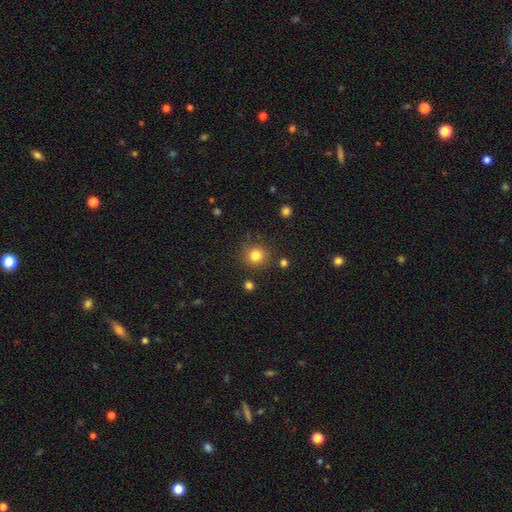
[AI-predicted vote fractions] smooth 82%, star or artifact 12%, featured or disk 6%. Down the decision tree: how rounded — round (90%); merging — none (84%).